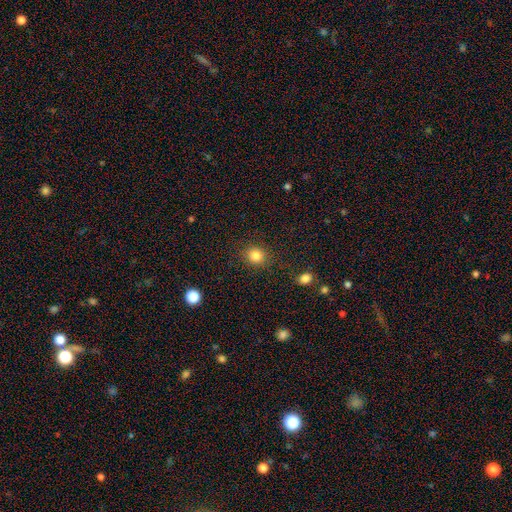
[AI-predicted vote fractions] smooth 84%, star or artifact 11%, featured or disk 5%. Down the decision tree: how rounded — round (84%); merging — none (87%).